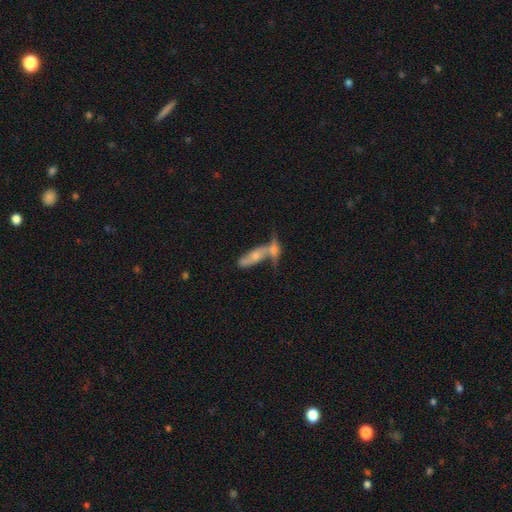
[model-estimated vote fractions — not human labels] Smooth or featured? Predicted: featured or disk (p=0.48). Merging? Predicted: merger (p=0.65).